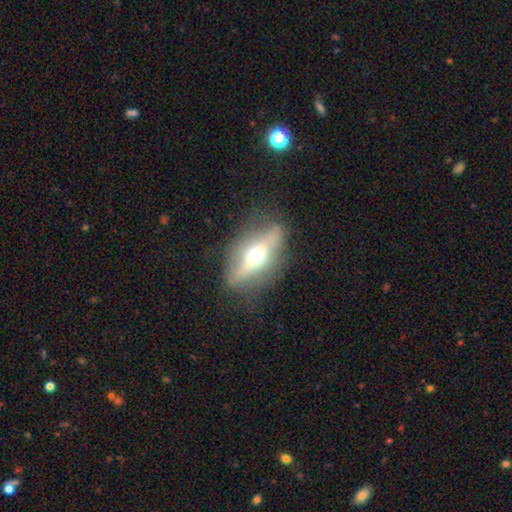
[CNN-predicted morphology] Smooth or featured? Predicted: featured or disk (p=0.66). Edge-on disk? Predicted: yes (p=0.67). Merging? Predicted: none (p=0.76).